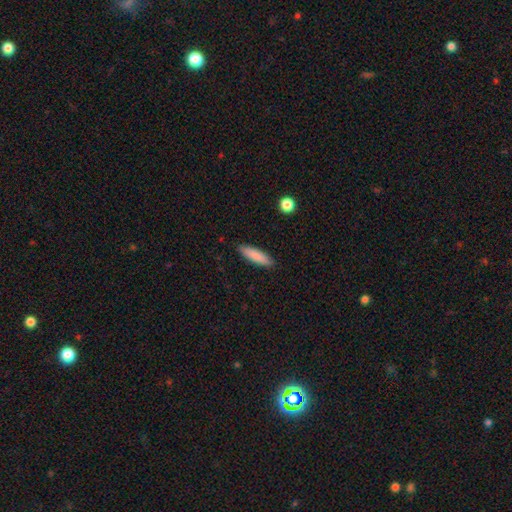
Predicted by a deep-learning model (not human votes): Overall: smooth (85%). How rounded: cigar-shaped (71%). Merging: none (89%).